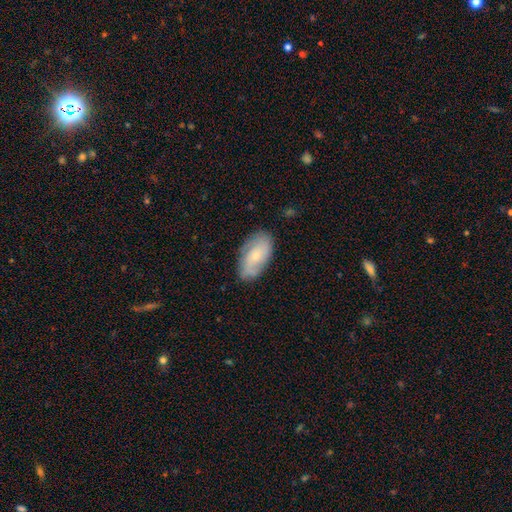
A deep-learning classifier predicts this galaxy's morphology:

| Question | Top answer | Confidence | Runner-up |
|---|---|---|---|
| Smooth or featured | featured or disk | 50% | smooth (44%) |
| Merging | none | 78% | minor disturbance (17%) |